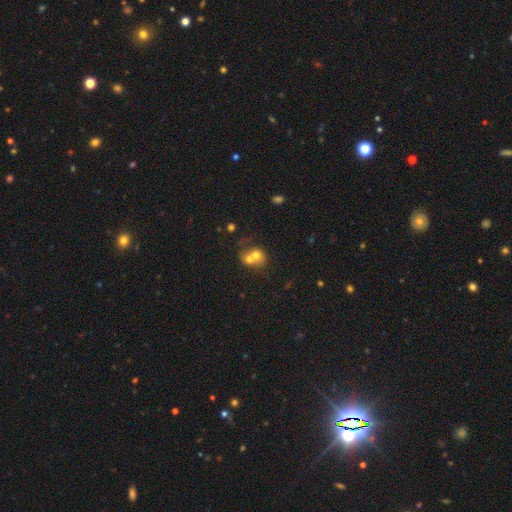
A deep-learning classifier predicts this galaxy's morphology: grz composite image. It shows a smooth galaxy with no disk features (63%) that is round (65%). Merging: merger (71%).